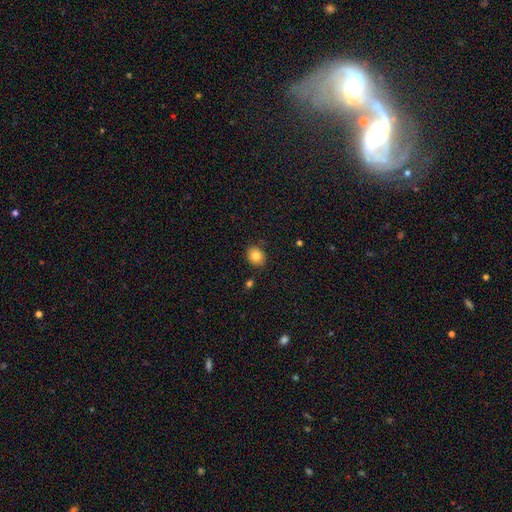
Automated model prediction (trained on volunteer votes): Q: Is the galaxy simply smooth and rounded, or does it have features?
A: smooth — 84%.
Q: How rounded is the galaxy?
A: round — 63%.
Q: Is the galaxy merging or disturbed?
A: none — 85%.